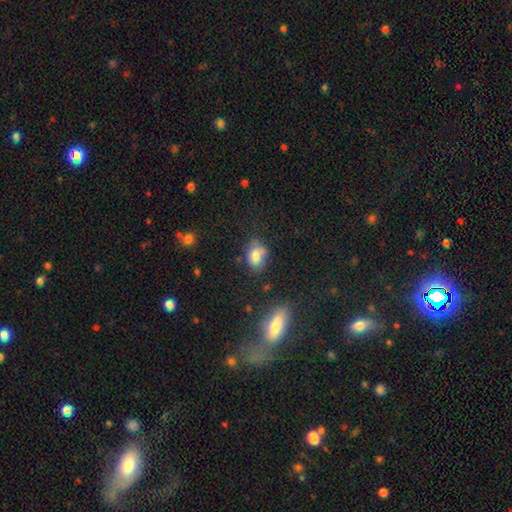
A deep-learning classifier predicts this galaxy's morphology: A smooth galaxy with no disk features (76%) that is in between round and cigar-shaped (72%).

Vote fractions:
- Smooth or featured? smooth: 76% / featured or disk: 13% / star or artifact: 11%
- How rounded? in between: 72% / round: 26% / cigar-shaped: 2%
- Merging? none: 54% / minor disturbance: 24% / merger: 15% / major disturbance: 7%